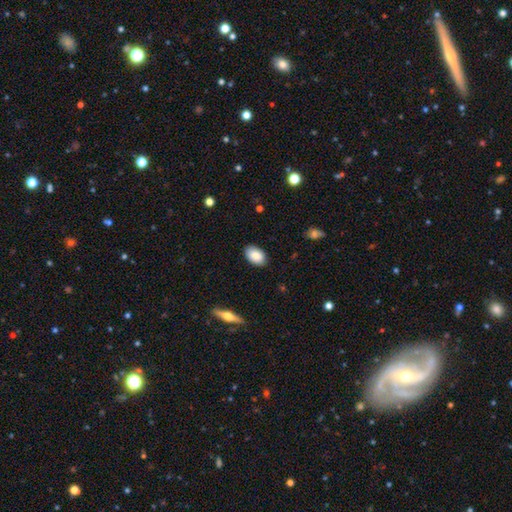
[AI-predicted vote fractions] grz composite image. It shows a smooth galaxy with no disk features (86%) that is in between round and cigar-shaped (91%). Merging: none (88%).